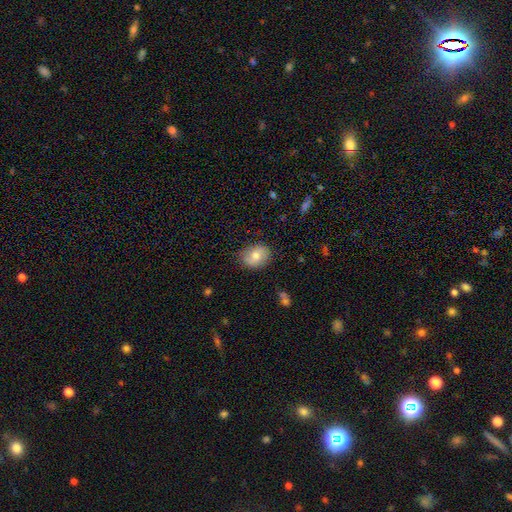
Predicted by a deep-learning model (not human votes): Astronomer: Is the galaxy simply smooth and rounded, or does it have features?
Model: smooth — 73%.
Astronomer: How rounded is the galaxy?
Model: in between — 62% (runner-up: round, 37%).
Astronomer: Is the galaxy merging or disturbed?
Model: none — 80%.